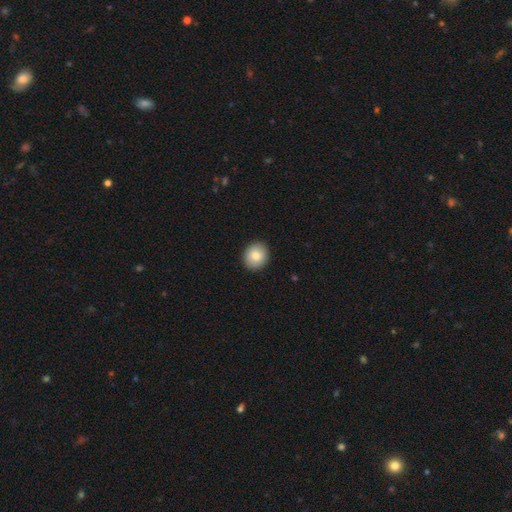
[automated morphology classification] type=smooth (84%); roundness=round (78%); merging=none (92%).